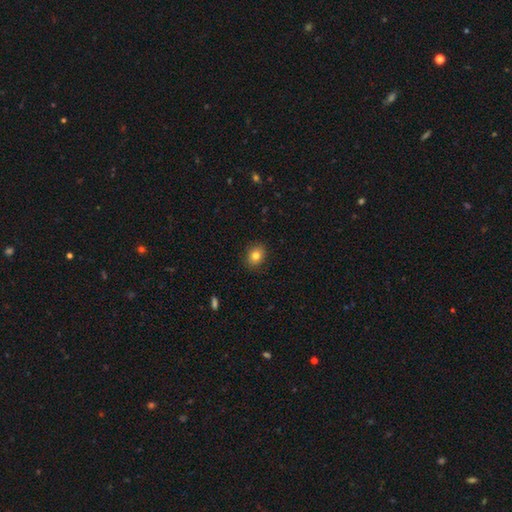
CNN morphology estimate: Smooth or featured? smooth (82%)
How rounded? round (57%)
Merging? none (89%)